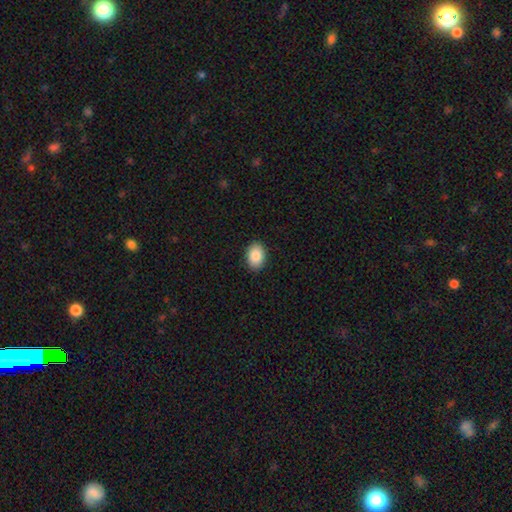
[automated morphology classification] smooth 87%, star or artifact 7%, featured or disk 6%. Down the decision tree: how rounded — in between (82%); merging — none (90%).